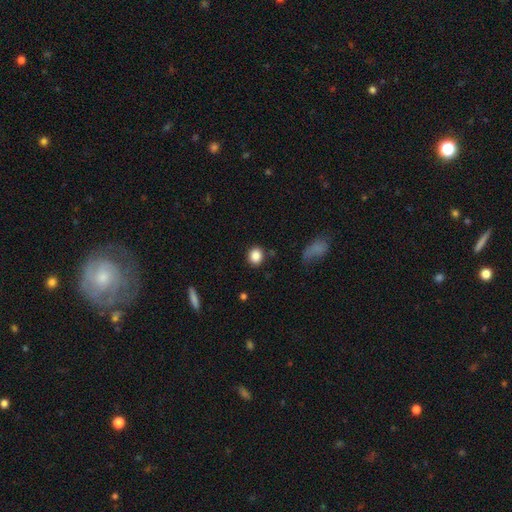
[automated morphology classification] This appears to be a smooth galaxy with no disk features (87%) that is round (72%). Merging: none (85%).